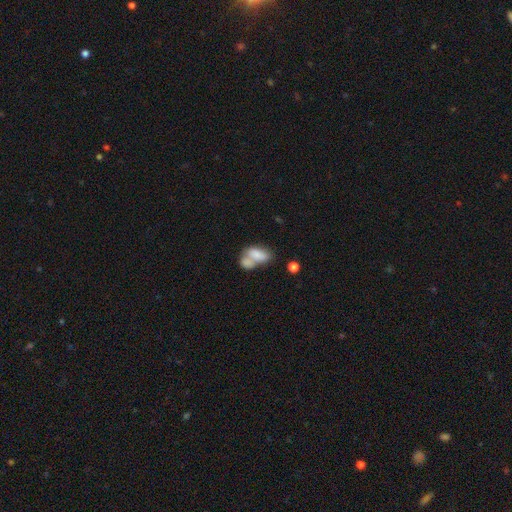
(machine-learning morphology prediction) Smooth or featured?
  - smooth: 71% *
  - featured or disk: 21%
  - star or artifact: 8%
How rounded?
  - in between: 89% *
  - round: 7%
  - cigar-shaped: 3%
Merging?
  - merger: 62% *
  - none: 19%
  - minor disturbance: 10%
  - major disturbance: 8%